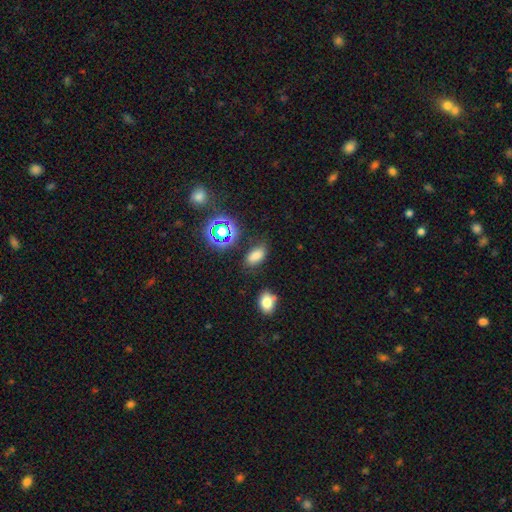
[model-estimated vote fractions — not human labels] smooth-or-featured: smooth: 74% | star or artifact: 19% | featured or disk: 6%
  how-rounded: in between: 90% | round: 6% | cigar-shaped: 4%
  merging: none: 80% | minor disturbance: 13% | major disturbance: 4% | merger: 3%